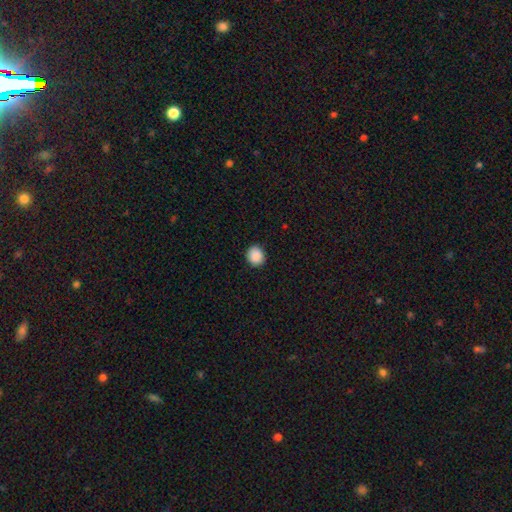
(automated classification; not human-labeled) Smooth or featured: smooth — 89% (star or artifact — 8%)
How rounded: round — 81% (in between — 18%)
Merging: none — 90% (minor disturbance — 7%)